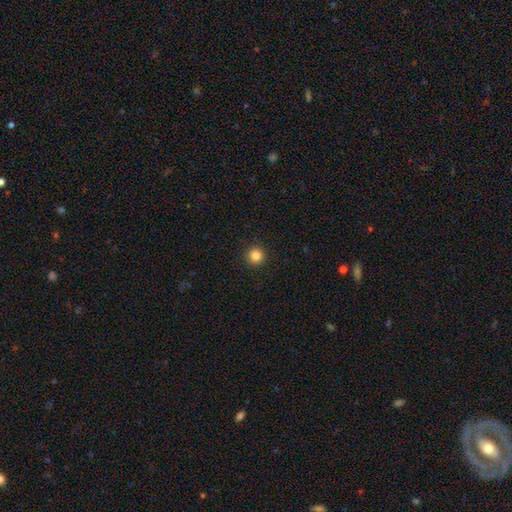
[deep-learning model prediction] This appears to be a smooth galaxy with no disk features (84%) that is round (96%). Merging: none (93%).